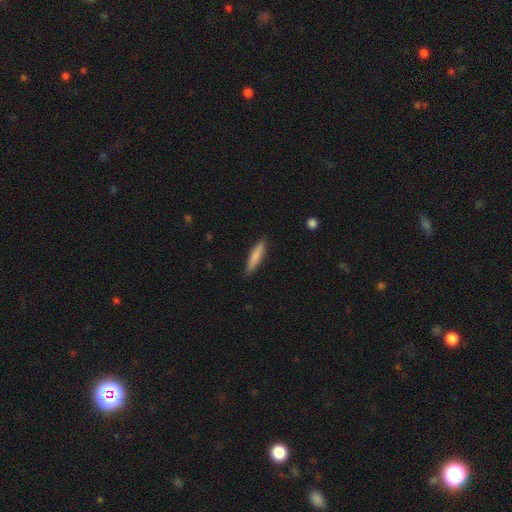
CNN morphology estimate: A smooth galaxy with no disk features (81%) that is cigar-shaped (85%).

Vote fractions:
- Smooth or featured? smooth: 81% / featured or disk: 14% / star or artifact: 5%
- How rounded? cigar-shaped: 85% / in between: 14% / round: 1%
- Merging? none: 88% / minor disturbance: 9% / major disturbance: 2% / merger: 1%